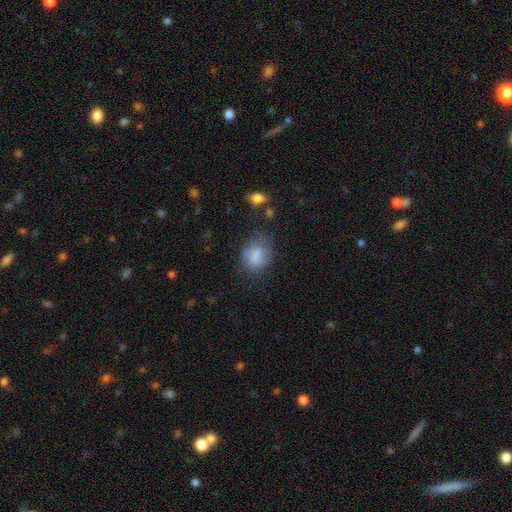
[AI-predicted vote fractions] Smooth or featured?
  - smooth: 74% *
  - featured or disk: 17%
  - star or artifact: 10%
How rounded?
  - in between: 63% *
  - round: 35%
  - cigar-shaped: 2%
Merging?
  - none: 53% *
  - minor disturbance: 28%
  - major disturbance: 14%
  - merger: 5%